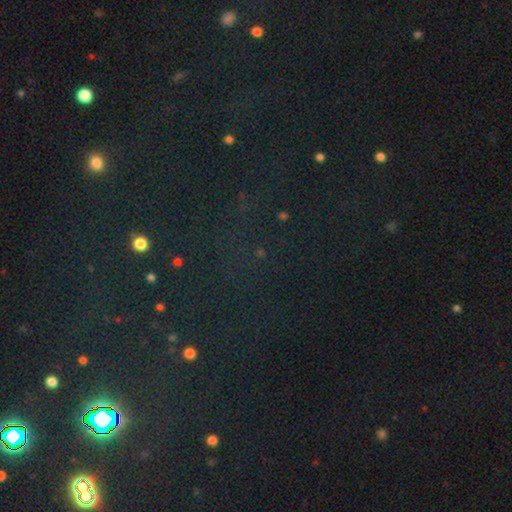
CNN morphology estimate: A star or artifact, not a galaxy (79%).